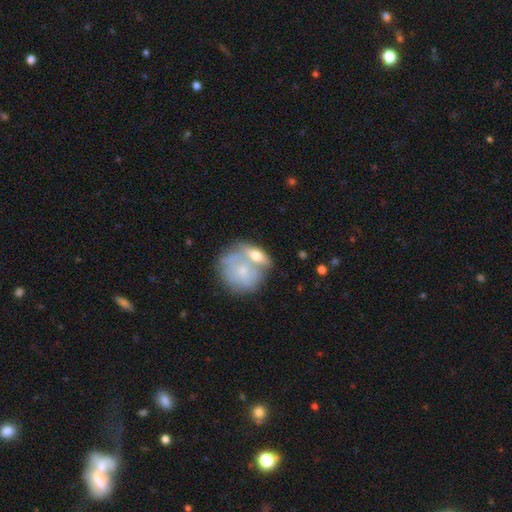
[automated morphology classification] Smooth or featured? smooth (55%)
How rounded? in between (49%)
Merging? merger (50%)